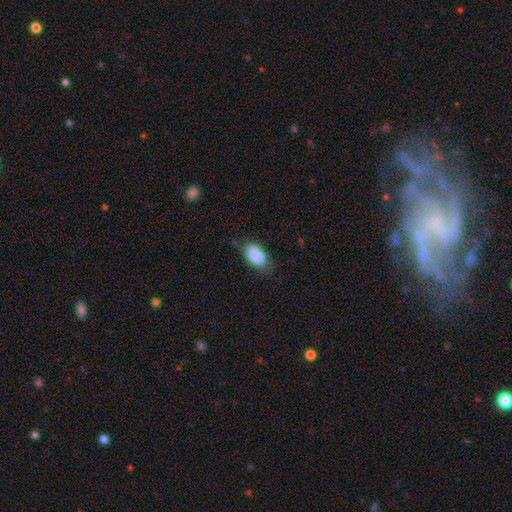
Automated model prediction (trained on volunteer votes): Morphology: type=smooth (87%); roundness=in between (93%); merging=none (67%).